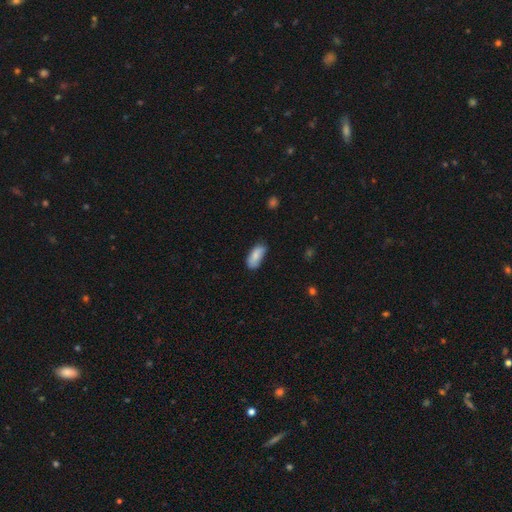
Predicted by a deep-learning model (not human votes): A smooth galaxy with no disk features (84%) that is in between round and cigar-shaped (88%).

Vote fractions:
- Smooth or featured? smooth: 84% / featured or disk: 9% / star or artifact: 7%
- How rounded? in between: 88% / cigar-shaped: 10% / round: 2%
- Merging? none: 68% / minor disturbance: 26% / major disturbance: 4% / merger: 2%